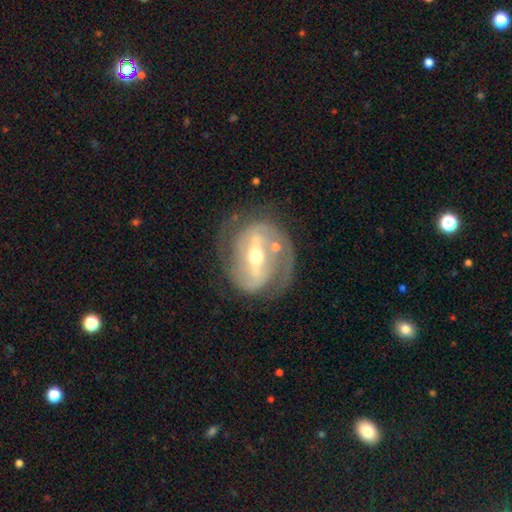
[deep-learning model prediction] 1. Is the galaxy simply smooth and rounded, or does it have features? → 85% featured or disk, 9% smooth, 5% star or artifact.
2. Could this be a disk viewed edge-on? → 96% no, 4% yes.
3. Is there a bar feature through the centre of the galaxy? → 54% strong, 30% weak, 15% no.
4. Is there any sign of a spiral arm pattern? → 87% yes, 13% no.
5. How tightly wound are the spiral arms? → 44% medium, 40% tight, 17% loose.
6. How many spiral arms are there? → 82% 2, 8% can't tell, 4% 1, 3% 3, 1% 4, 1% more than 4.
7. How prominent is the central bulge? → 64% moderate, 31% small, 3% large, 1% dominant, 1% none.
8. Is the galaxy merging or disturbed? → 70% none, 17% minor disturbance, 9% major disturbance, 4% merger.